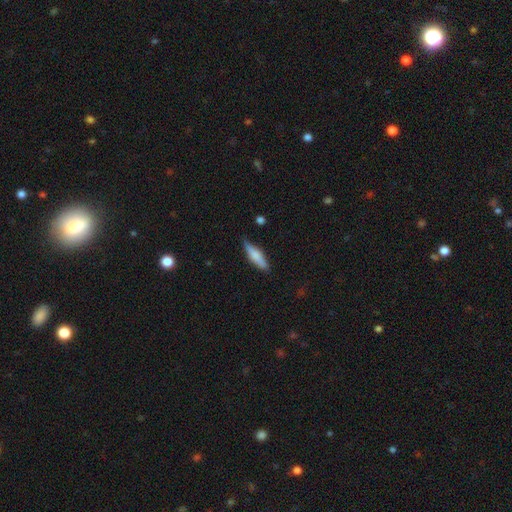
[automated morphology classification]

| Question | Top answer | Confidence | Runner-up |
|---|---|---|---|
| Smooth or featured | smooth | 62% | featured or disk (32%) |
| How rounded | cigar-shaped | 68% | in between (30%) |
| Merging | none | 78% | minor disturbance (17%) |